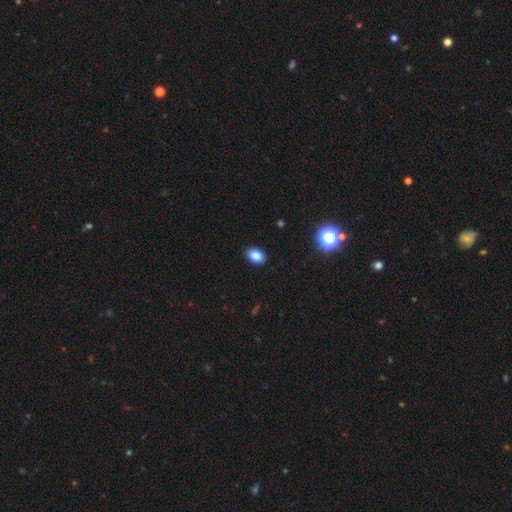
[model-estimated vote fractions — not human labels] Q: Smooth or featured?
A: smooth (83%); runner-up: star or artifact (11%)
Q: How rounded?
A: in between (75%); runner-up: round (24%)
Q: Merging?
A: none (90%); runner-up: minor disturbance (7%)